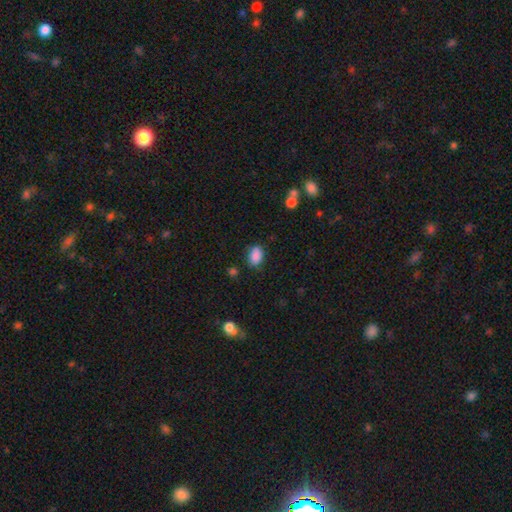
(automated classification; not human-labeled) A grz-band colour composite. It shows a smooth galaxy with no disk features (87%) that is in between round and cigar-shaped (83%). Merging: none (77%).